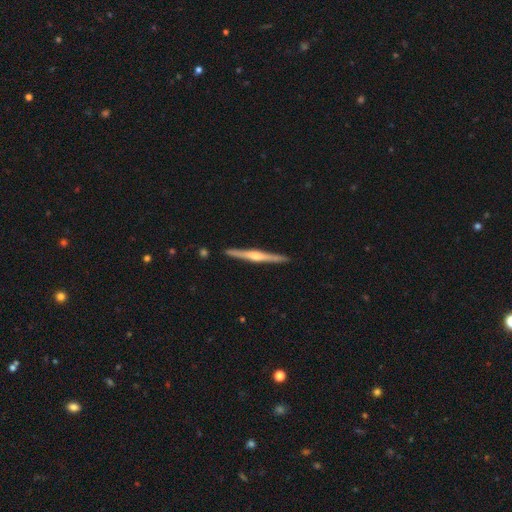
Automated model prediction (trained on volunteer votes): Smooth or featured? Predicted: featured or disk (p=0.82). Edge-on disk? Predicted: yes (p=0.99). Edge-on bulge? Predicted: rounded (p=0.84). Merging? Predicted: none (p=0.92).